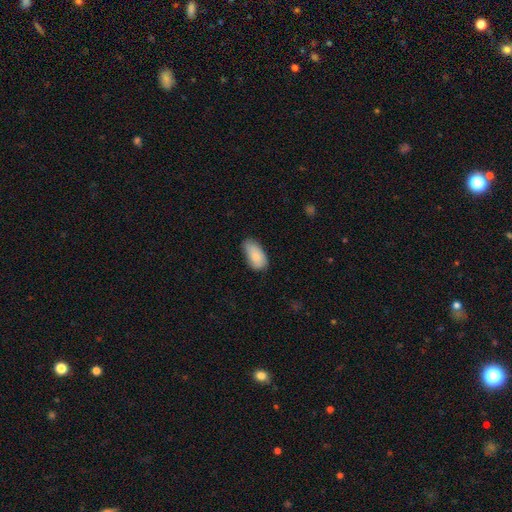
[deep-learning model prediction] smooth_or_featured: smooth (p=0.86) [alt: featured or disk p=0.08]
how_rounded: in between (p=0.94) [alt: cigar-shaped p=0.03]
merging: none (p=0.65) [alt: minor disturbance p=0.29]